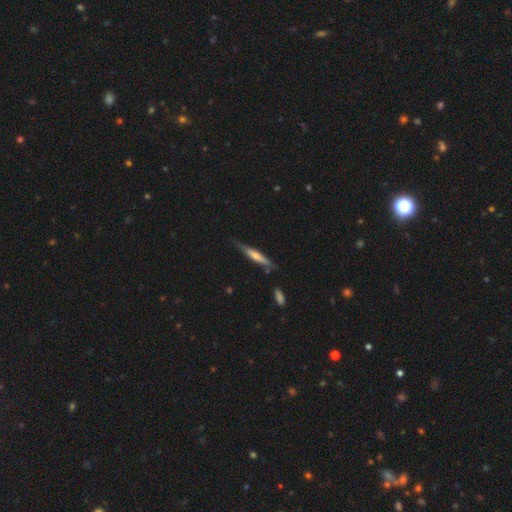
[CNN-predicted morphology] Smooth or featured? featured or disk (53%)
Edge-on disk? yes (94%)
Merging? none (75%)